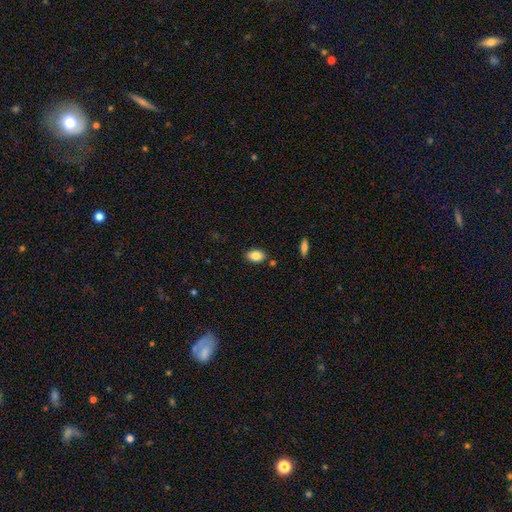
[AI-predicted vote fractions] This is clearly a smooth galaxy (85%). How rounded: clearly in between (87%). Merging: clearly none (83%).